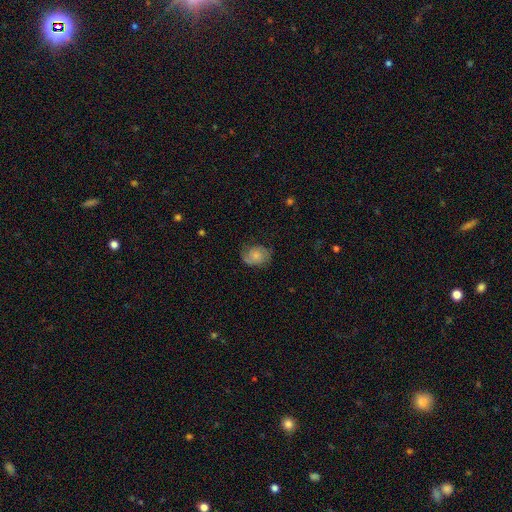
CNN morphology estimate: Smooth or featured? Predicted: smooth (p=0.55). How rounded? Predicted: in between (p=0.54). Merging? Predicted: none (p=0.66).